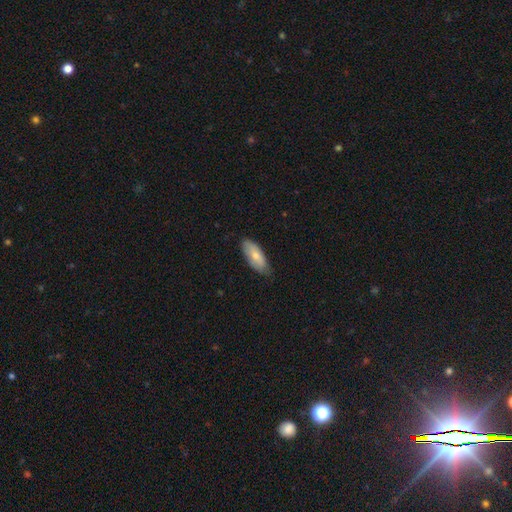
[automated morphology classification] type=smooth (75%); roundness=in between (82%); merging=none (74%).